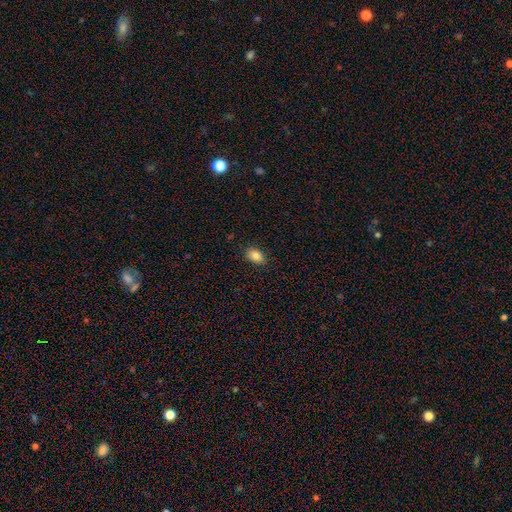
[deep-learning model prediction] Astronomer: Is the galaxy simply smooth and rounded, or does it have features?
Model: smooth — 85%.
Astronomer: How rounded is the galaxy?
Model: in between — 83%.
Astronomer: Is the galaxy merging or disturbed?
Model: none — 88%.